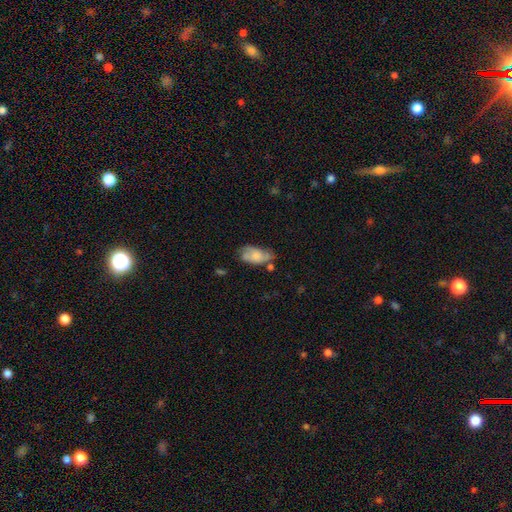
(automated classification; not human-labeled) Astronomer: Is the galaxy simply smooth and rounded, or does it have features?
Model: smooth — 61%.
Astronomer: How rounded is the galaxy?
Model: in between — 91%.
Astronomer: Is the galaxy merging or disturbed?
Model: none — 45% (runner-up: minor disturbance, 32%).